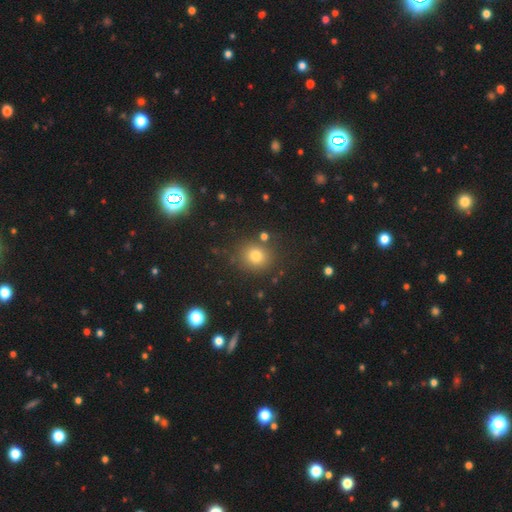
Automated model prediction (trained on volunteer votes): smooth 76%, star or artifact 17%, featured or disk 7%. Down the decision tree: how rounded — round (77%); merging — none (83%).